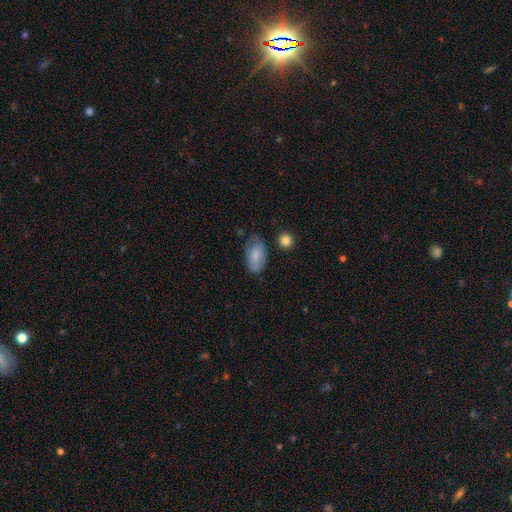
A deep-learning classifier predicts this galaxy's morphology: Smooth or featured?
  - smooth: 75% *
  - featured or disk: 18%
  - star or artifact: 7%
How rounded?
  - in between: 92% *
  - round: 5%
  - cigar-shaped: 3%
Merging?
  - none: 60% *
  - minor disturbance: 29%
  - major disturbance: 8%
  - merger: 3%